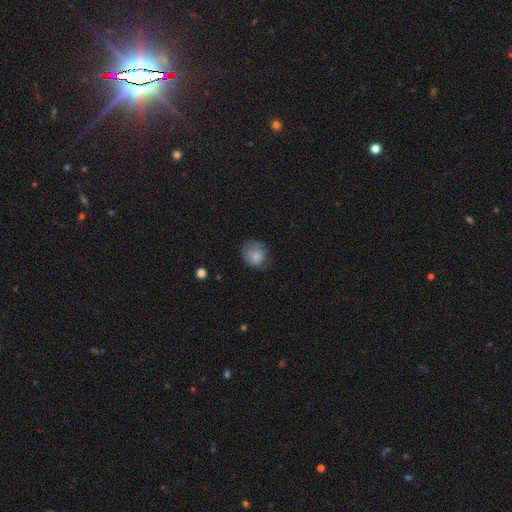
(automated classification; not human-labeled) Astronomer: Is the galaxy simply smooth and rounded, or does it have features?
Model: smooth — 83%.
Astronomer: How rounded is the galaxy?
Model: round — 78%.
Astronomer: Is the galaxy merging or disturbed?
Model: none — 65%.